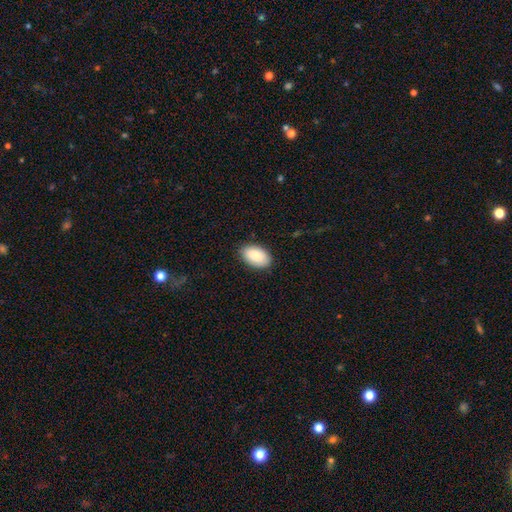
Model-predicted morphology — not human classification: This is clearly a smooth galaxy (88%). How rounded: clearly in between (94%). Merging: clearly none (87%).